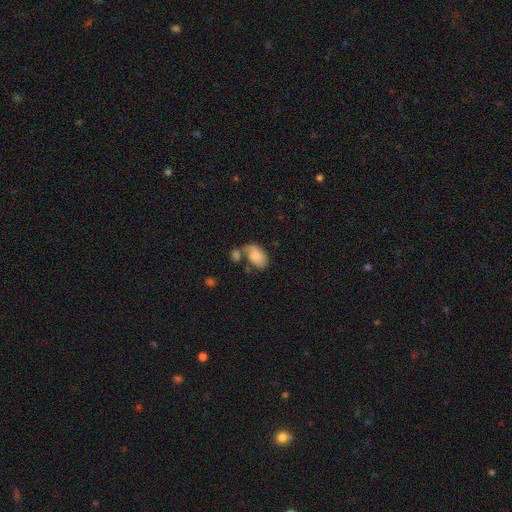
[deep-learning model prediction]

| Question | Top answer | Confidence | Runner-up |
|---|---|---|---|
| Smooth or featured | smooth | 73% | featured or disk (19%) |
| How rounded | in between | 91% | round (8%) |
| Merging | none | 34% | merger (32%) |